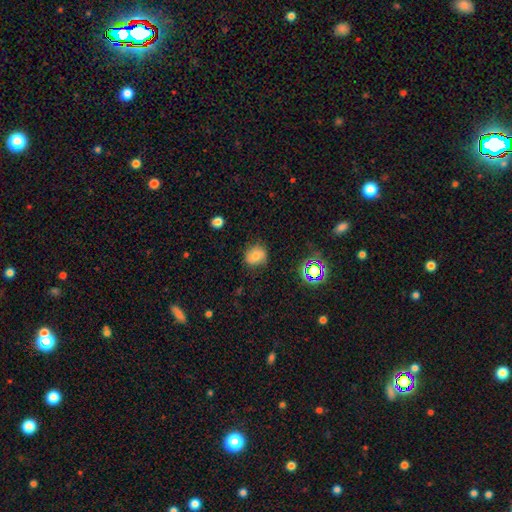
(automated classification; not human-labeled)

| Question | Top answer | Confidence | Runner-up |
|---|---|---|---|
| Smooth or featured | smooth | 73% | star or artifact (15%) |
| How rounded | round | 67% | in between (32%) |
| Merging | none | 76% | minor disturbance (18%) |